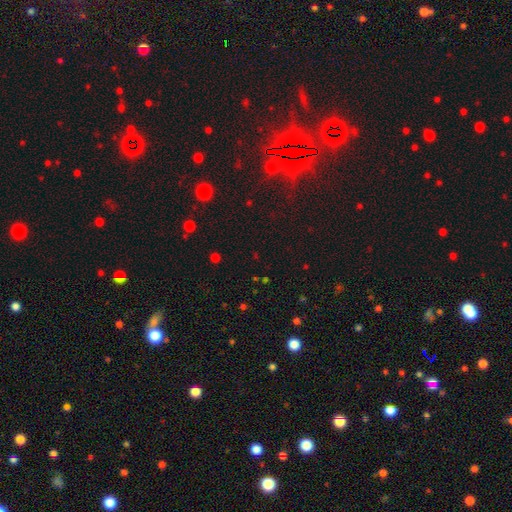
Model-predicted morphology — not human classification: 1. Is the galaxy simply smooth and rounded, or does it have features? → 59% star or artifact, 33% smooth, 7% featured or disk.